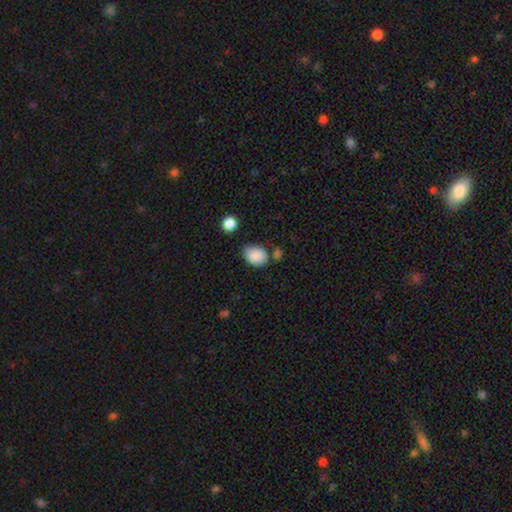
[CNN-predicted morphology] Smooth or featured: smooth — 88% (star or artifact — 8%)
How rounded: in between — 71% (round — 28%)
Merging: none — 65% (minor disturbance — 21%)